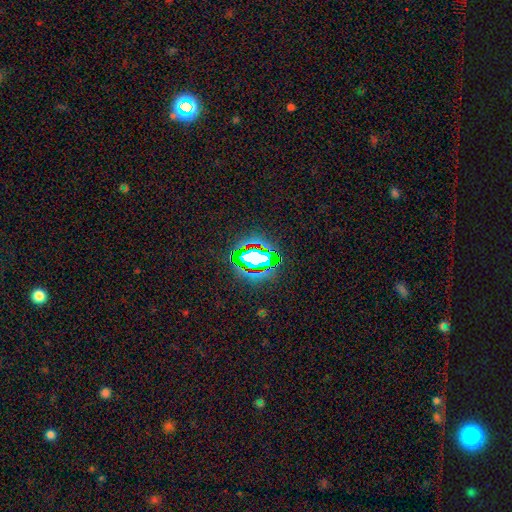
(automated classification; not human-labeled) A star or artifact, not a galaxy (61%).

Vote fractions:
- Smooth or featured? star or artifact: 61% / smooth: 25% / featured or disk: 14%